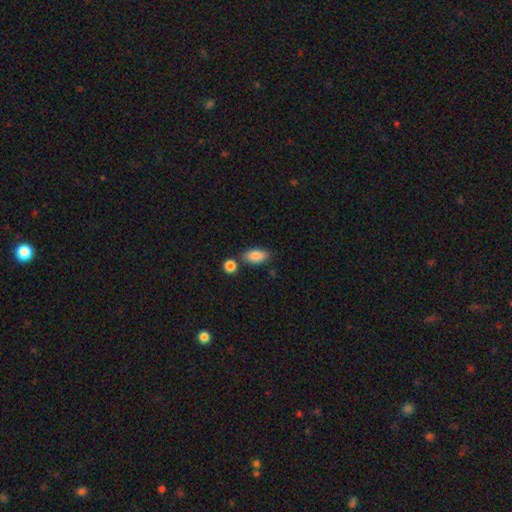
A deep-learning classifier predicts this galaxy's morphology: Smooth or featured? smooth (87%)
How rounded? in between (91%)
Merging? none (73%)